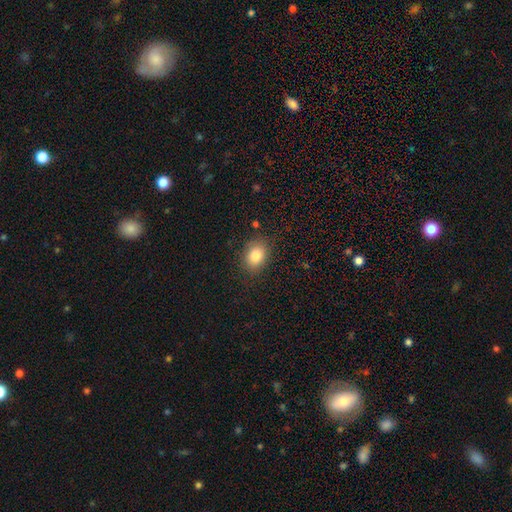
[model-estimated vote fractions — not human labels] smooth_or_featured: smooth (p=0.83) [alt: star or artifact p=0.09]
how_rounded: in between (p=0.65) [alt: round p=0.34]
merging: none (p=0.84) [alt: minor disturbance p=0.12]